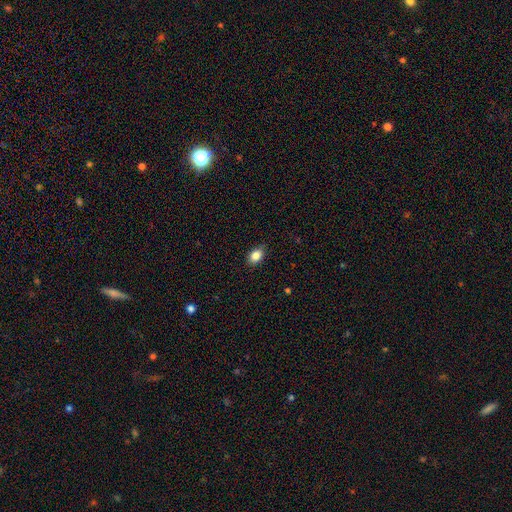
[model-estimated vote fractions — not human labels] Smooth or featured? Predicted: smooth (p=0.84). How rounded? Predicted: in between (p=0.79). Merging? Predicted: none (p=0.82).